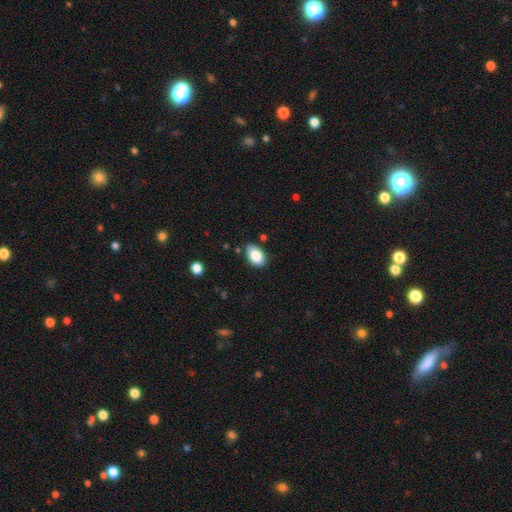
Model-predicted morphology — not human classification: Smooth or featured? smooth (85%)
How rounded? in between (91%)
Merging? none (82%)